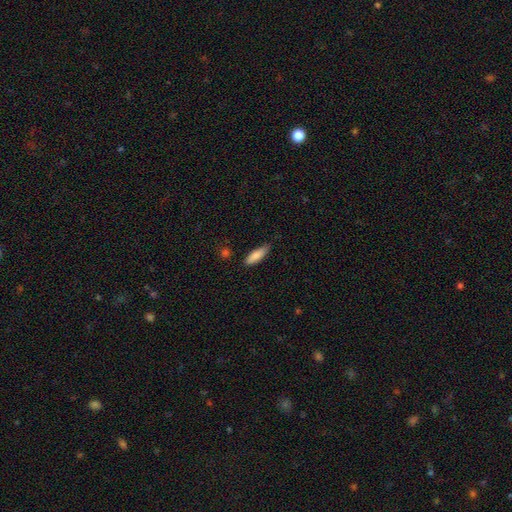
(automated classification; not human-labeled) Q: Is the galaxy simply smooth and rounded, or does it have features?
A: smooth — 85%.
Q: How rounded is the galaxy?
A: cigar-shaped — 49%, tied with in between.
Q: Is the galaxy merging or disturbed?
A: none — 72%.